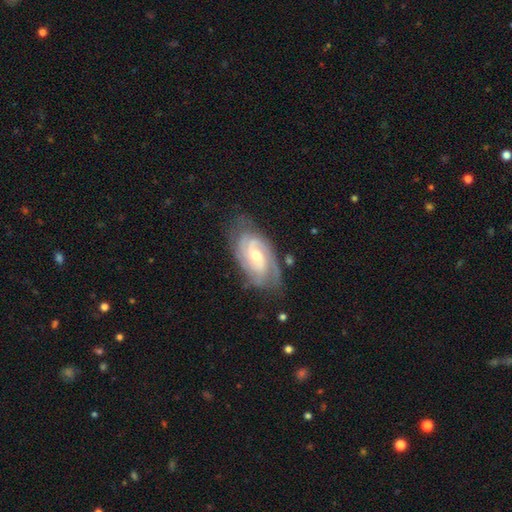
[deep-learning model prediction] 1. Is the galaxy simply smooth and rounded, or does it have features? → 87% featured or disk, 8% smooth, 5% star or artifact.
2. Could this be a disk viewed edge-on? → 96% no, 4% yes.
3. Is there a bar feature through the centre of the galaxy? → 46% no, 42% weak, 11% strong.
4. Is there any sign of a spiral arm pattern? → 97% yes, 3% no.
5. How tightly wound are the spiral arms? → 59% tight, 35% medium, 7% loose.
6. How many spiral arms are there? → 43% 2, 26% 3, 17% can't tell, 7% 4, 4% 1, 4% more than 4.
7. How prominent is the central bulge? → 49% small, 47% moderate, 2% large, 1% none, 1% dominant.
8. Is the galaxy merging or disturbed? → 73% none, 19% minor disturbance, 6% major disturbance, 2% merger.